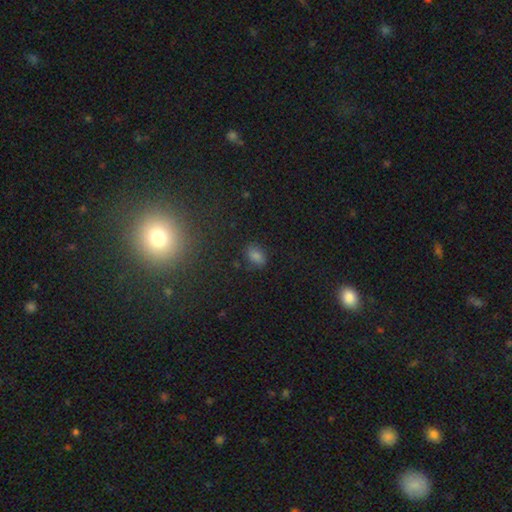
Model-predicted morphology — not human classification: smooth-or-featured: smooth: 69% | star or artifact: 22% | featured or disk: 8%
  how-rounded: in between: 83% | round: 15% | cigar-shaped: 2%
  merging: none: 82% | minor disturbance: 12% | major disturbance: 4% | merger: 2%